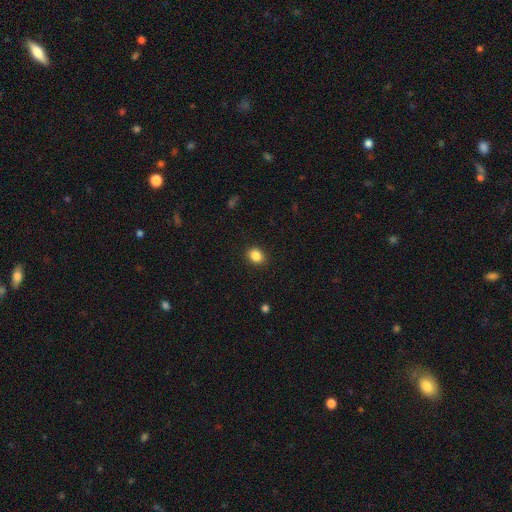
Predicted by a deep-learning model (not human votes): Q: Smooth or featured?
A: smooth (86%); runner-up: star or artifact (10%)
Q: How rounded?
A: round (55%); runner-up: in between (45%)
Q: Merging?
A: none (90%); runner-up: minor disturbance (7%)